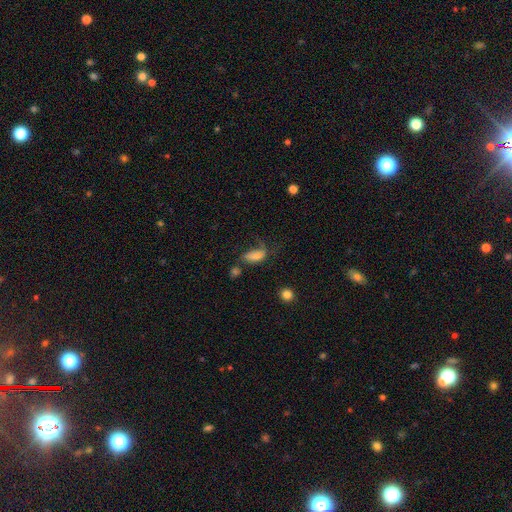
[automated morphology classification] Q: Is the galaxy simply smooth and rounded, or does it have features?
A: smooth — 74%.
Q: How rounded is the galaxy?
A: in between — 85%.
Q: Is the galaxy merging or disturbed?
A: major disturbance — 35%.